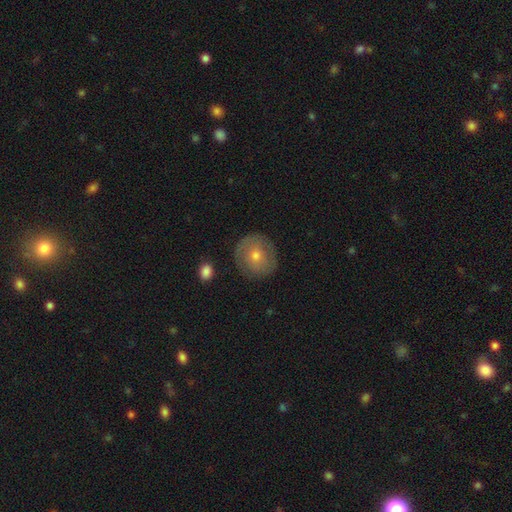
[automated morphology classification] smooth 55%, featured or disk 35%, star or artifact 10%. Down the decision tree: how rounded — round (90%); merging — none (85%).